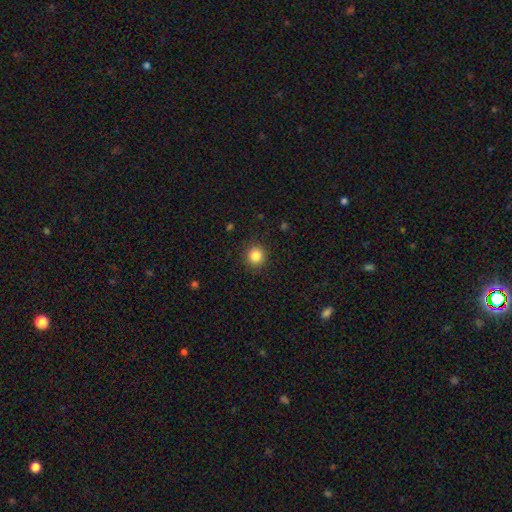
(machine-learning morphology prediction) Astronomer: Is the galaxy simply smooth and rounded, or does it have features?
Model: smooth — 85%.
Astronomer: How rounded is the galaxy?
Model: round — 92%.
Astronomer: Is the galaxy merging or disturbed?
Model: none — 91%.